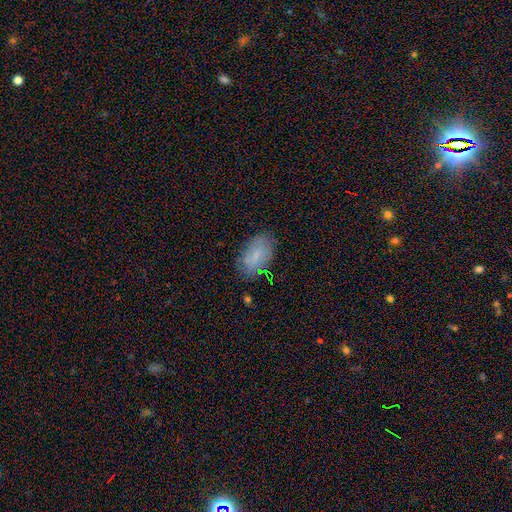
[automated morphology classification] This is likely a smooth galaxy (70%). How rounded: clearly in between (93%). Merging: likely none (74%).